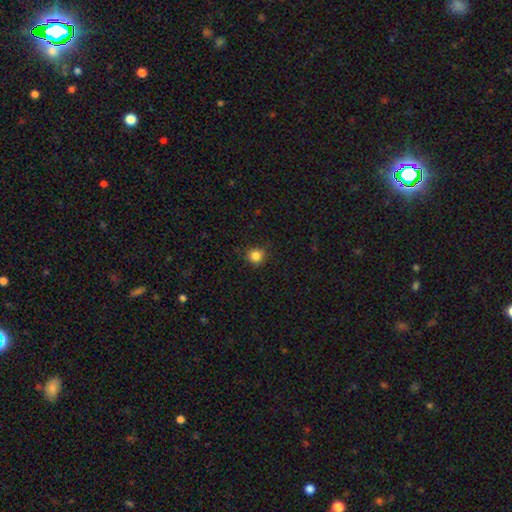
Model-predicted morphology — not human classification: Smooth or featured: smooth — 84% (star or artifact — 12%)
How rounded: round — 91% (in between — 8%)
Merging: none — 86% (minor disturbance — 10%)